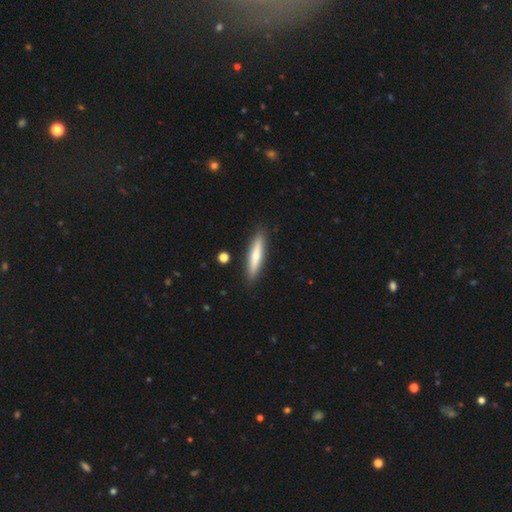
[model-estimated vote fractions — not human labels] Smooth or featured?
  - smooth: 64% *
  - featured or disk: 31%
  - star or artifact: 5%
How rounded?
  - cigar-shaped: 89% *
  - in between: 10%
  - round: 1%
Merging?
  - none: 89% *
  - minor disturbance: 8%
  - merger: 2%
  - major disturbance: 2%